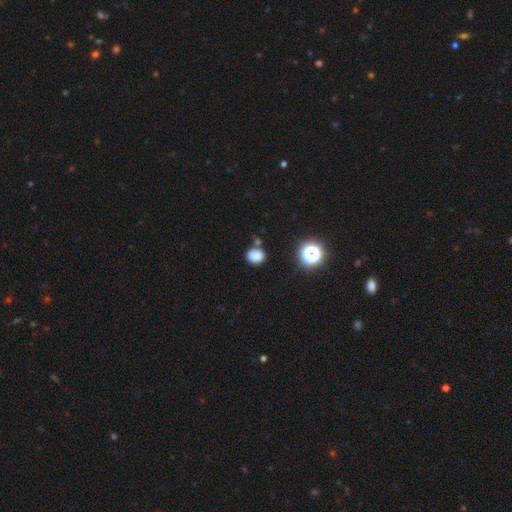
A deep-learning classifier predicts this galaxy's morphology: This appears to be a smooth galaxy with no disk features (80%) that is round (59%). Merging: none (72%).